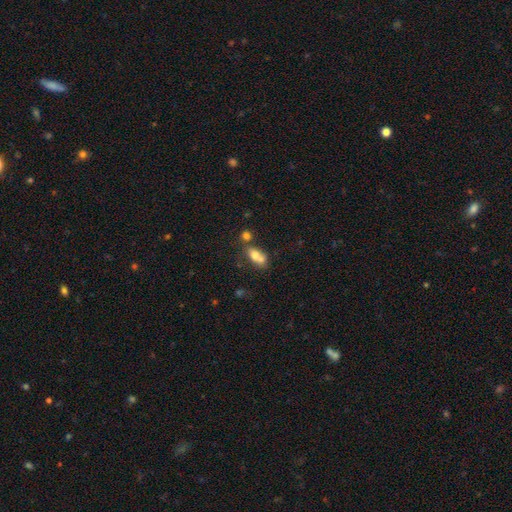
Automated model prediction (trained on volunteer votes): Q: Smooth or featured?
A: smooth (70%); runner-up: featured or disk (20%)
Q: How rounded?
A: in between (75%); runner-up: round (18%)
Q: Merging?
A: merger (49%); runner-up: none (31%)